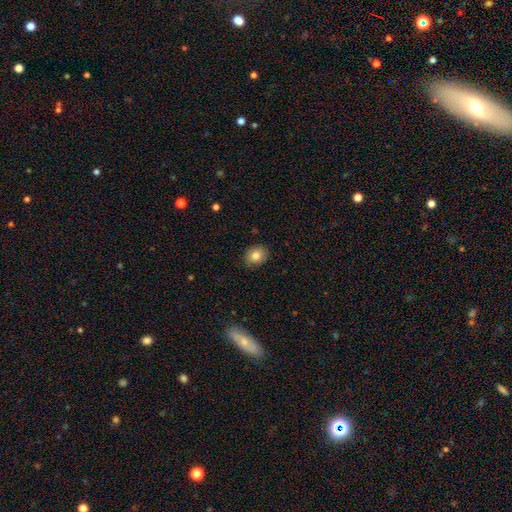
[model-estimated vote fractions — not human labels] Morphology: type=smooth (83%); roundness=round (59%); merging=none (87%).